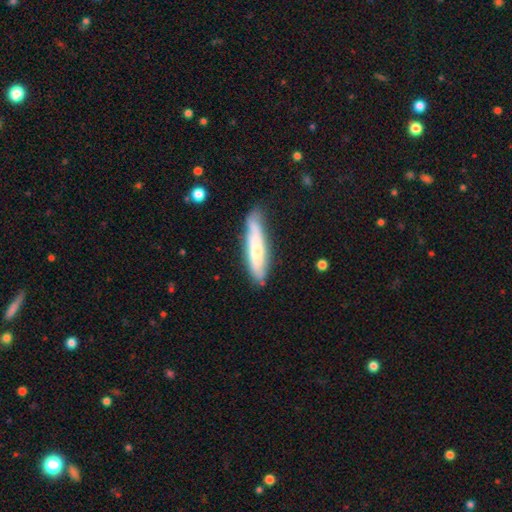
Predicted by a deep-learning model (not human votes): This is possibly a smooth galaxy (60%). How rounded: likely cigar-shaped (78%). Merging: likely none (70%).